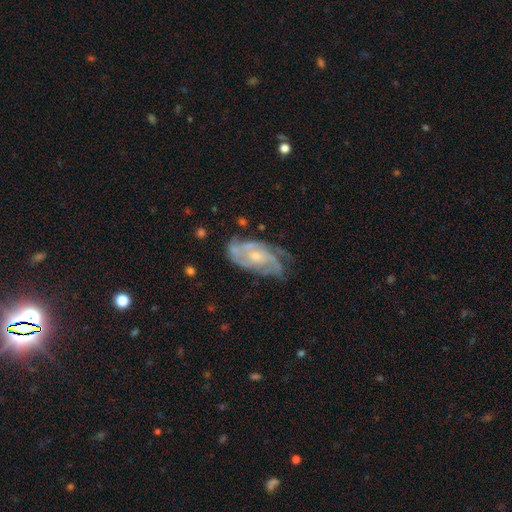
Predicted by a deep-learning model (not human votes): A featured or disk galaxy (83%) with no bar (68%), 2 (31%) tight (50%) spiral arms (93%) and a small central bulge (59%).

Vote fractions:
- Smooth or featured? featured or disk: 83% / smooth: 11% / star or artifact: 6%
- Edge-on disk? no: 95% / yes: 5%
- Bar? no: 68% / weak: 27% / strong: 5%
- Spiral arms? yes: 93% / no: 7%
- Spiral winding? tight: 50% / medium: 39% / loose: 11%
- Spiral arm count? 2: 31% / can't tell: 27% / 3: 25% / 4: 8% / 1: 4% / more than 4: 4%
- Bulge size? small: 59% / moderate: 36% / none: 3% / large: 1% / dominant: 1%
- Merging? none: 60% / minor disturbance: 26% / major disturbance: 11% / merger: 2%